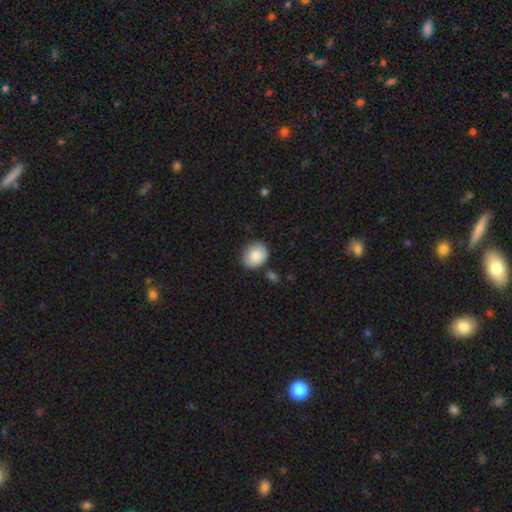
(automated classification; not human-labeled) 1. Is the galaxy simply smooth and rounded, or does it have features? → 83% smooth, 10% featured or disk, 7% star or artifact.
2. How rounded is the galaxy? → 57% round, 42% in between, 1% cigar-shaped.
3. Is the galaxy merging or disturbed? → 76% none, 16% minor disturbance, 5% merger, 3% major disturbance.